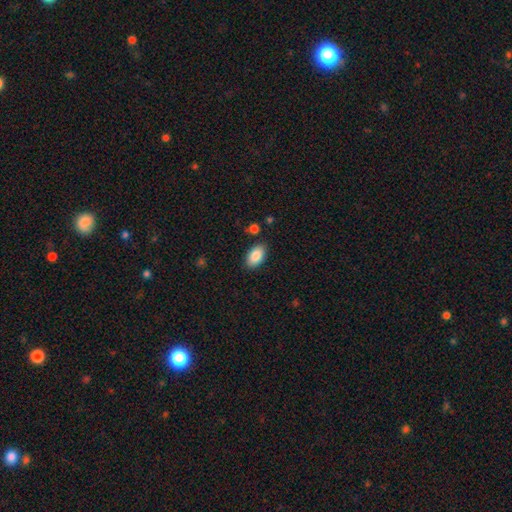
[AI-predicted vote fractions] Smooth or featured?
  - smooth: 87% *
  - star or artifact: 7%
  - featured or disk: 6%
How rounded?
  - in between: 93% *
  - round: 5%
  - cigar-shaped: 2%
Merging?
  - none: 87% *
  - minor disturbance: 9%
  - major disturbance: 2%
  - merger: 2%